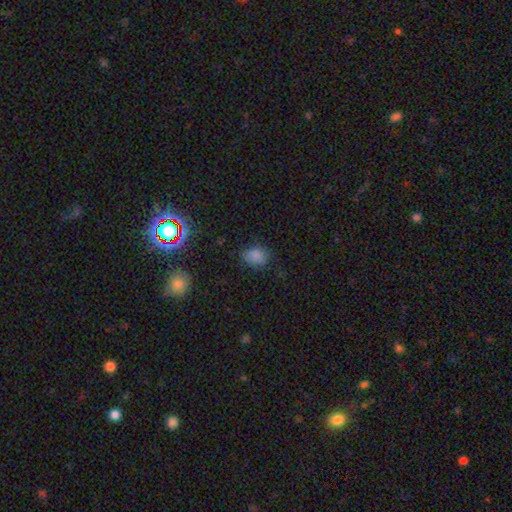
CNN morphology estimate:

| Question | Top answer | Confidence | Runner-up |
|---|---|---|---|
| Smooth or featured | smooth | 81% | star or artifact (14%) |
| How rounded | round | 52% | in between (47%) |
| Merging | none | 73% | minor disturbance (19%) |